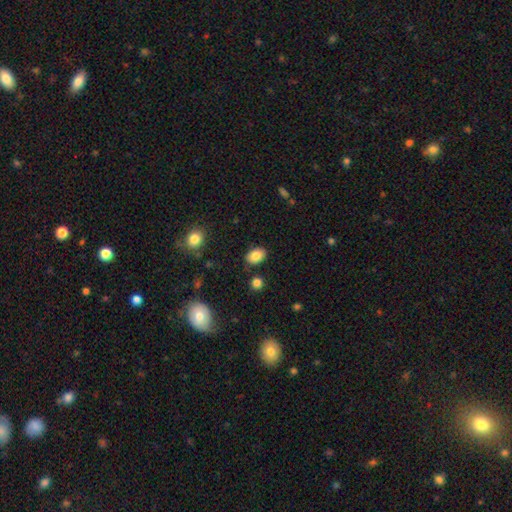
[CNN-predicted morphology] Smooth or featured: smooth — 84% (star or artifact — 8%)
How rounded: in between — 80% (round — 19%)
Merging: none — 84% (minor disturbance — 10%)